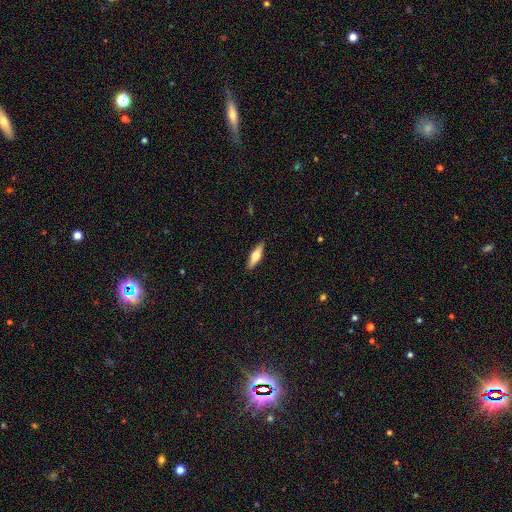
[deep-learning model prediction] Smooth or featured? Predicted: featured or disk (p=0.48). Merging? Predicted: none (p=0.89).